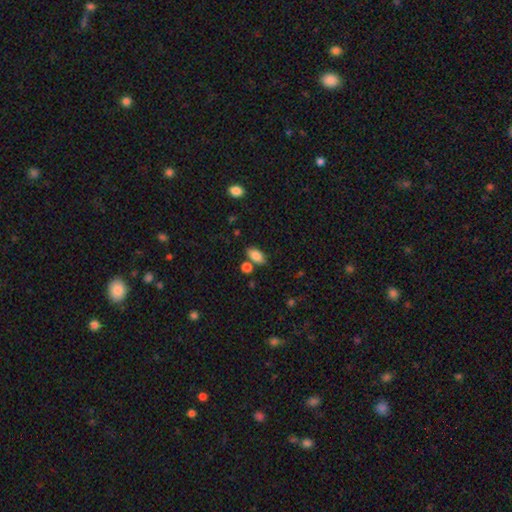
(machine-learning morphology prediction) This is clearly a smooth galaxy (85%). How rounded: clearly in between (91%). Merging: likely none (72%).